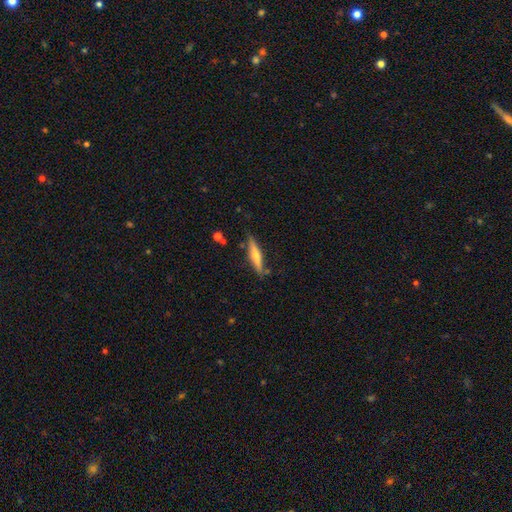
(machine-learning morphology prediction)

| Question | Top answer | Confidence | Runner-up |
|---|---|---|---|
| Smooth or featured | featured or disk | 49% | smooth (45%) |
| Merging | none | 79% | minor disturbance (14%) |